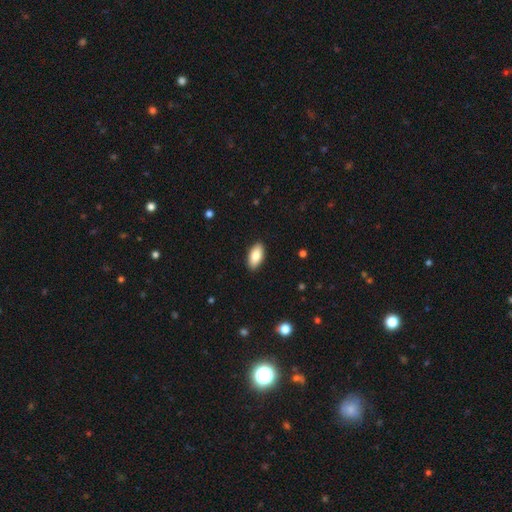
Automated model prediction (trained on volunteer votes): Smooth or featured?
  - smooth: 83% *
  - featured or disk: 10%
  - star or artifact: 6%
How rounded?
  - in between: 92% *
  - cigar-shaped: 6%
  - round: 2%
Merging?
  - none: 90% *
  - minor disturbance: 7%
  - major disturbance: 2%
  - merger: 1%